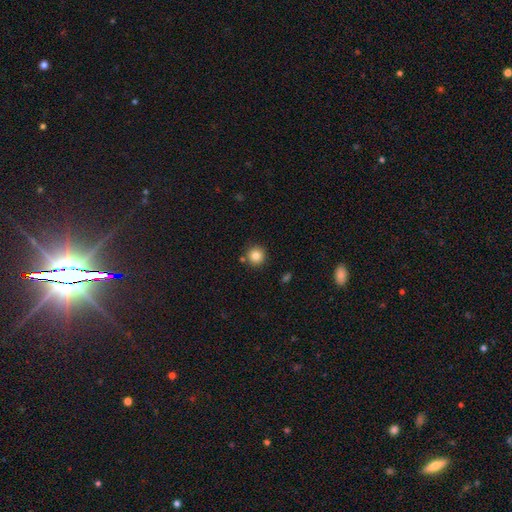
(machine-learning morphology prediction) The model was most divided on "smooth or featured": smooth: 84%, star or artifact: 10%, featured or disk: 6%. More confident: how rounded — round (95%); merging — none (85%).